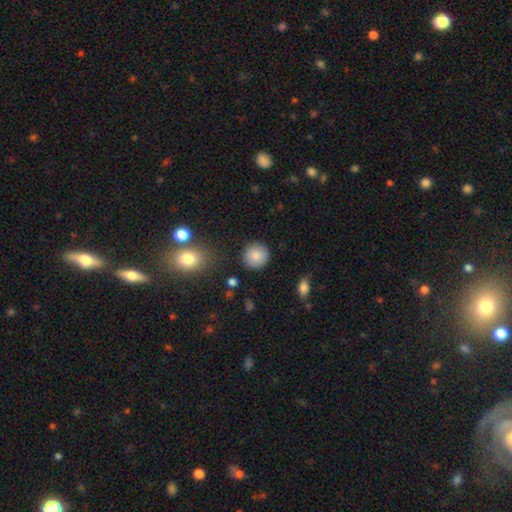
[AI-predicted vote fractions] This appears to be a smooth galaxy with no disk features (86%) that is round (92%). Merging: none (88%).